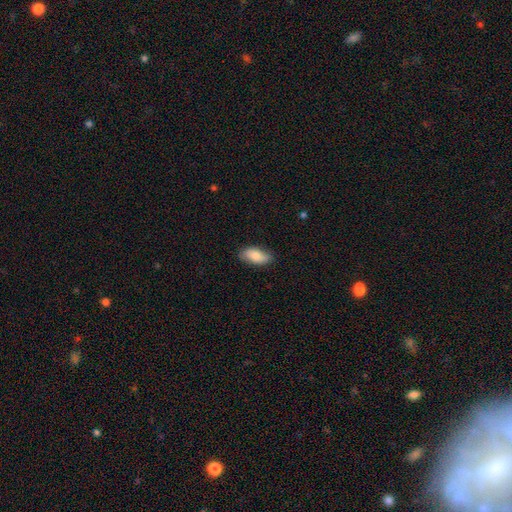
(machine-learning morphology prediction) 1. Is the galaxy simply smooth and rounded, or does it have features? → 82% smooth, 11% featured or disk, 6% star or artifact.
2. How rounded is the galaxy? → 90% in between, 7% cigar-shaped, 3% round.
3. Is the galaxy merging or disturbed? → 81% none, 15% minor disturbance, 3% major disturbance, 1% merger.